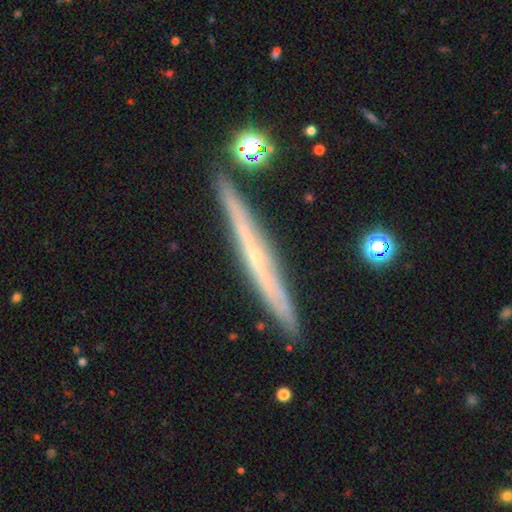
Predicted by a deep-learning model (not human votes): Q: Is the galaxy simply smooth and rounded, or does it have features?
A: featured or disk — 72%.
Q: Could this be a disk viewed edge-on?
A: yes — 96%.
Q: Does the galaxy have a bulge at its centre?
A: none — 55%.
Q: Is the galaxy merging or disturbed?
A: none — 88%.